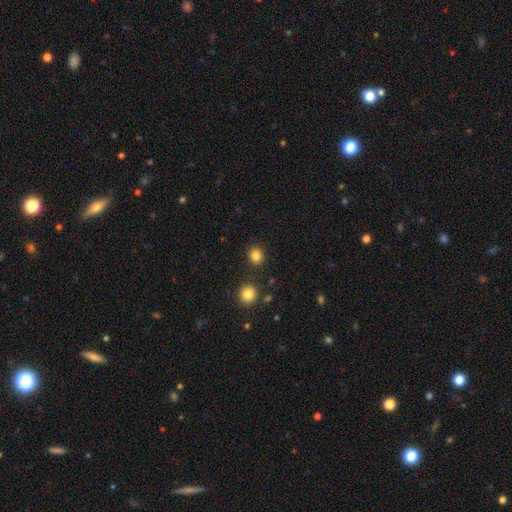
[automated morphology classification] Overall: smooth (84%). How rounded: round (84%). Merging: none (89%).